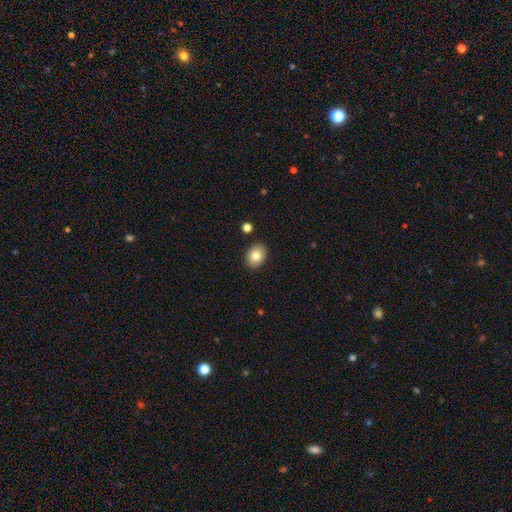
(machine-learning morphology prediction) This is clearly a smooth galaxy (81%). How rounded: possibly in between (57%). Merging: clearly none (89%).